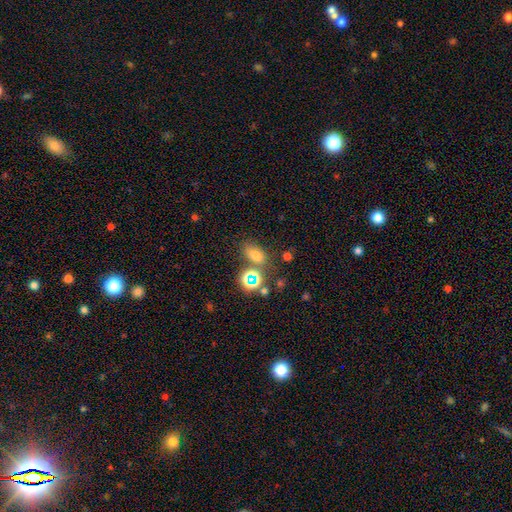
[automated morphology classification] This is likely a smooth galaxy (67%). How rounded: likely in between (77%). Merging: likely none (64%).